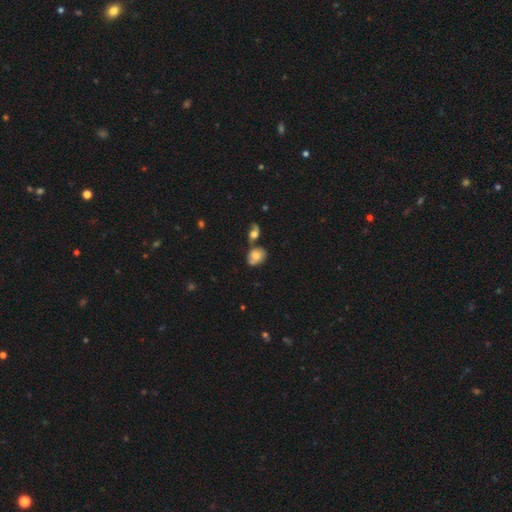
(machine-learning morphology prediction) A smooth galaxy with no disk features (60%) that is in between round and cigar-shaped (59%).

Vote fractions:
- Smooth or featured? smooth: 60% / featured or disk: 31% / star or artifact: 9%
- How rounded? in between: 59% / round: 40% / cigar-shaped: 2%
- Merging? merger: 39% / none: 38% / minor disturbance: 16% / major disturbance: 7%